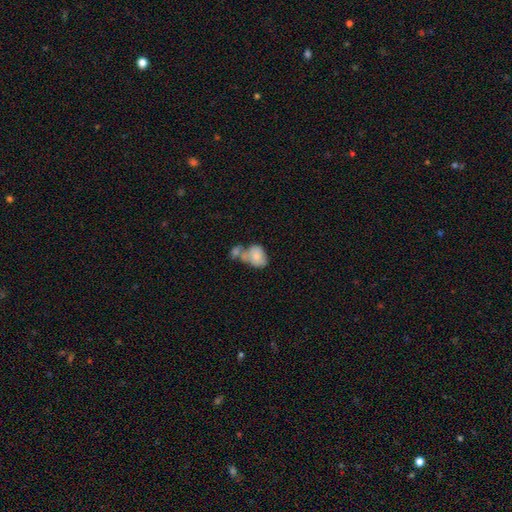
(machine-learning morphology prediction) A smooth galaxy with no disk features (70%) that is in between round and cigar-shaped (71%).

Vote fractions:
- Smooth or featured? smooth: 70% / featured or disk: 23% / star or artifact: 7%
- How rounded? in between: 71% / round: 27% / cigar-shaped: 1%
- Merging? merger: 56% / none: 21% / minor disturbance: 14% / major disturbance: 10%